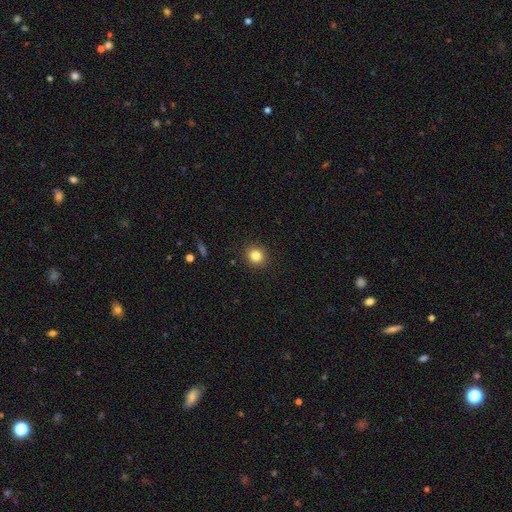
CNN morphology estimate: This is clearly a smooth galaxy (83%). How rounded: clearly round (87%). Merging: clearly none (91%).